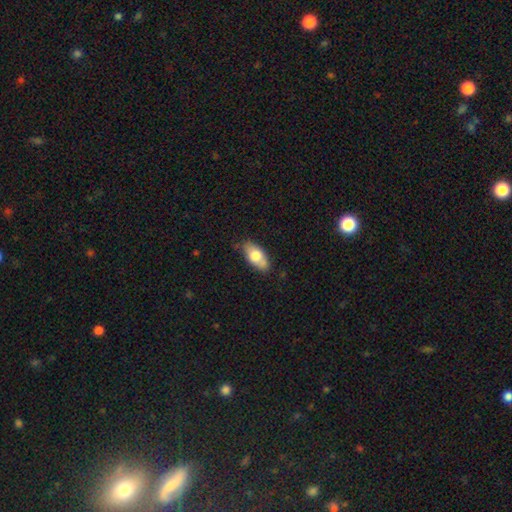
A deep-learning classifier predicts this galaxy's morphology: This is likely a smooth galaxy (70%). How rounded: clearly in between (88%). Merging: likely none (74%).